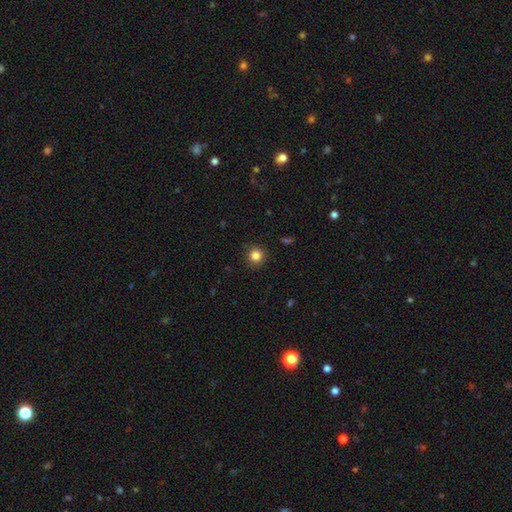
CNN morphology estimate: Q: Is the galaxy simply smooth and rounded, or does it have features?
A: smooth — 84%.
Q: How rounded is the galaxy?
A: round — 94%.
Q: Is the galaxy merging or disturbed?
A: none — 91%.